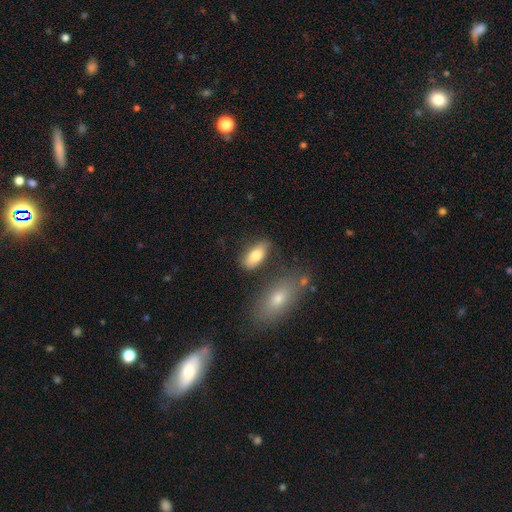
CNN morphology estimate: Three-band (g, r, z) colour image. It shows a smooth galaxy with no disk features (78%) that is in between round and cigar-shaped (86%). Merging: none (70%).